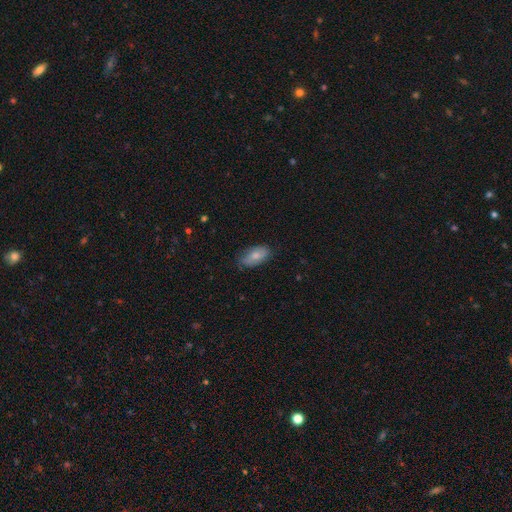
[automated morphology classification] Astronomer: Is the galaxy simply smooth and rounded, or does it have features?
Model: smooth — 73%.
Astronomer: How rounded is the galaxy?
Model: in between — 92%.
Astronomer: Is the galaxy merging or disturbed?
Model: none — 75%.